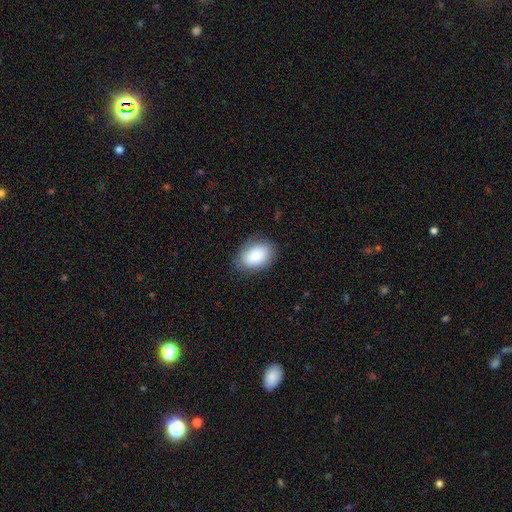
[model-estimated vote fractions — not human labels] smooth_or_featured: smooth (p=0.87) [alt: featured or disk p=0.06]
how_rounded: in between (p=0.86) [alt: round p=0.12]
merging: none (p=0.81) [alt: minor disturbance p=0.14]